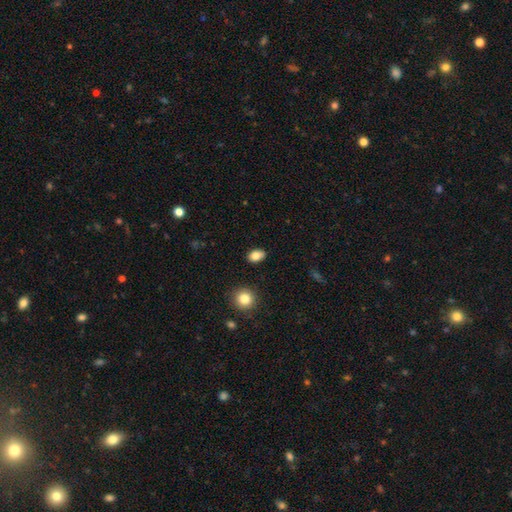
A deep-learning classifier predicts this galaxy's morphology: Smooth or featured: smooth — 84% (star or artifact — 9%)
How rounded: in between — 82% (round — 17%)
Merging: none — 86% (minor disturbance — 10%)